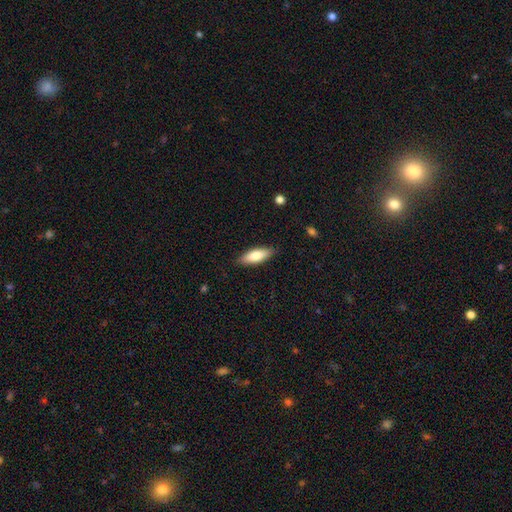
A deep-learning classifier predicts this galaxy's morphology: This appears to be a smooth galaxy with no disk features (79%) that is in between round and cigar-shaped (66%). Merging: none (86%).